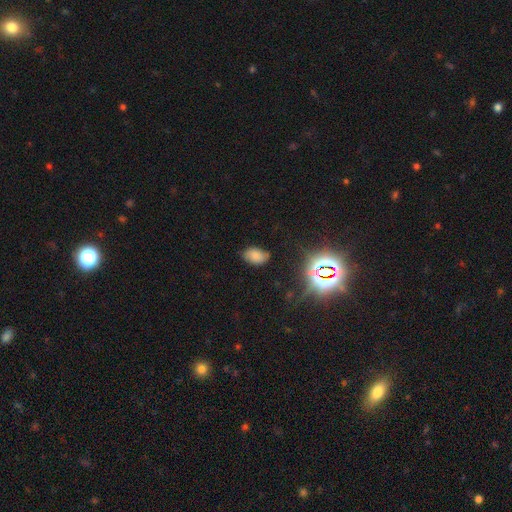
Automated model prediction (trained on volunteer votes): A smooth galaxy with no disk features (72%) that is in between round and cigar-shaped (87%). Merging: none (73%).